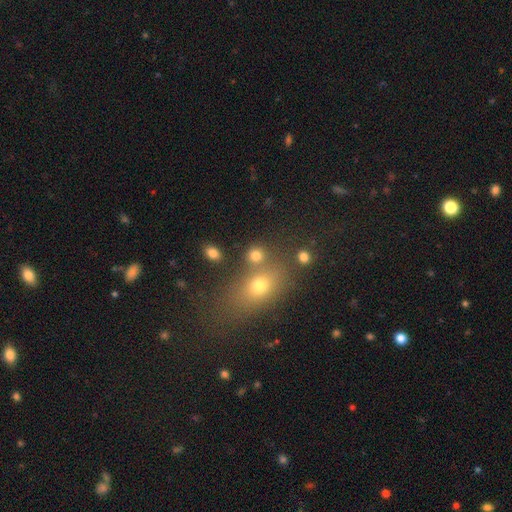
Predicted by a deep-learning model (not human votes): smooth-or-featured: smooth: 78% | star or artifact: 14% | featured or disk: 8%
  how-rounded: round: 73% | in between: 26% | cigar-shaped: 2%
  merging: none: 63% | merger: 22% | minor disturbance: 9% | major disturbance: 5%